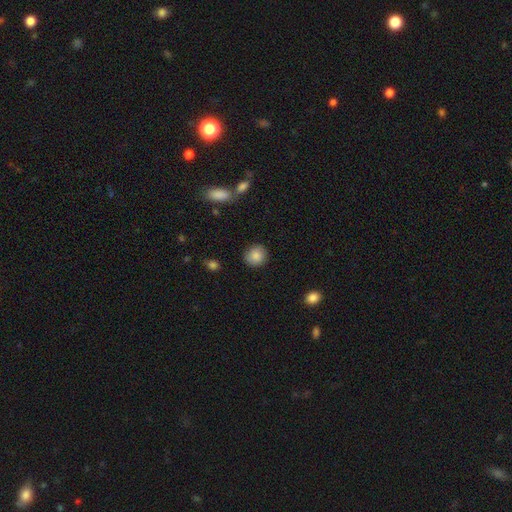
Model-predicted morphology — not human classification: A smooth galaxy with no disk features (86%) that is round (84%). Merging: none (88%).